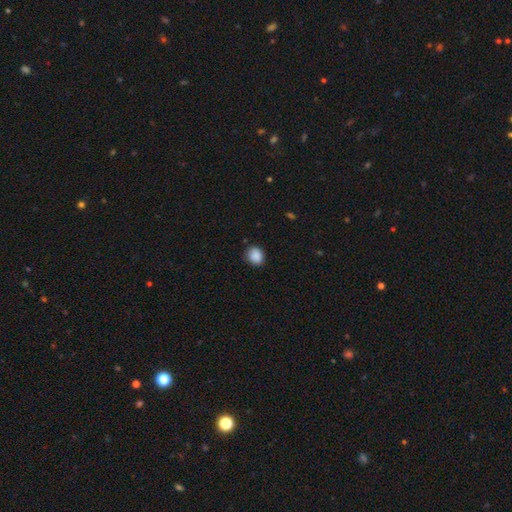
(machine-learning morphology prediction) type=smooth (88%); roundness=round (68%); merging=none (82%).